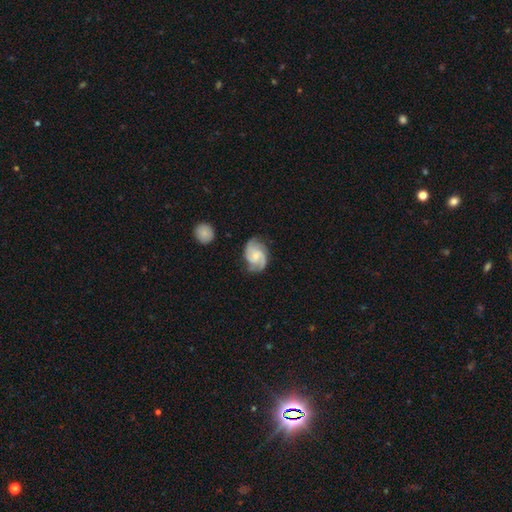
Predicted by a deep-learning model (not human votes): Morphology: type=featured or disk (80%); edge-on=no (98%); bar=no (53%); spiral arms=yes (97%); winding=medium (50%); arm count=2 (68%); bulge=small (54%); merging=none (70%).